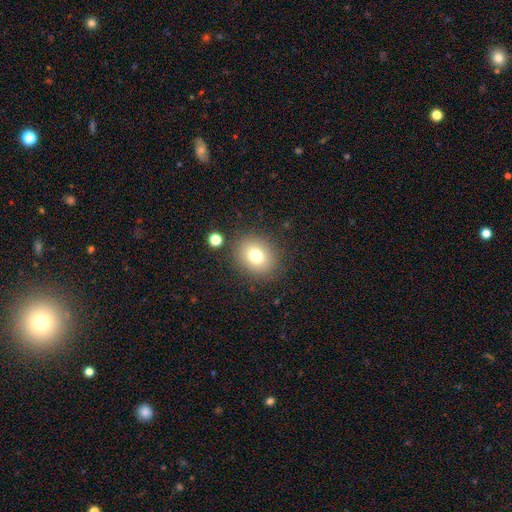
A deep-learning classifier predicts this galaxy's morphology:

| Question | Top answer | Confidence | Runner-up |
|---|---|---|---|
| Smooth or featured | smooth | 77% | star or artifact (12%) |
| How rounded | round | 63% | in between (36%) |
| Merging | none | 83% | minor disturbance (9%) |